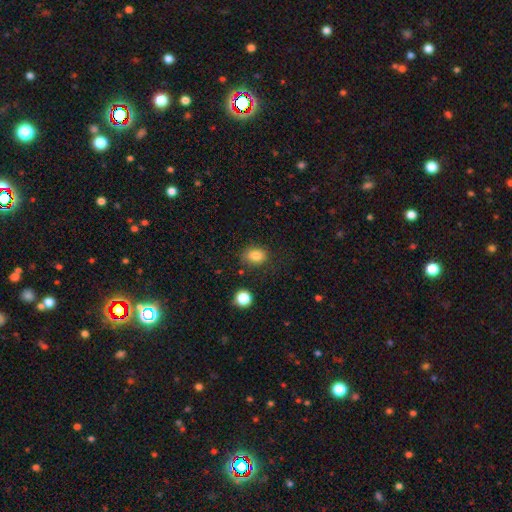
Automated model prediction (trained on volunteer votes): A smooth galaxy with no disk features (83%) that is in between round and cigar-shaped (65%). Merging: none (76%).